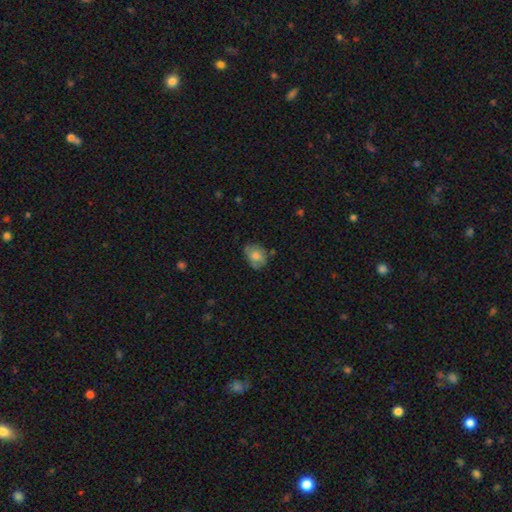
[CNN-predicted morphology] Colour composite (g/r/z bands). It shows a smooth galaxy with no disk features (69%) that is in between round and cigar-shaped (59%). Merging: none (62%).